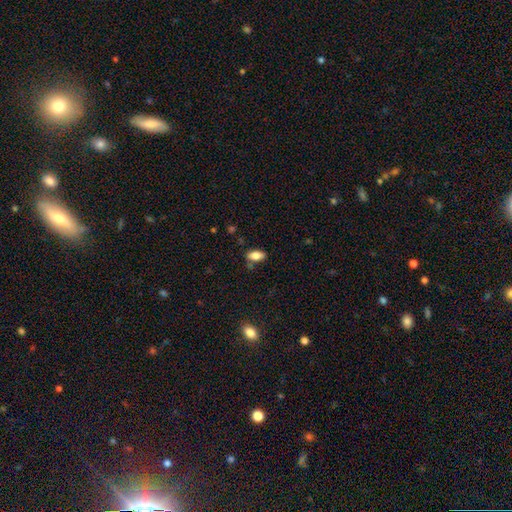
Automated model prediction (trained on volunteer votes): Overall: smooth (81%). How rounded: in between (90%). Merging: none (78%).